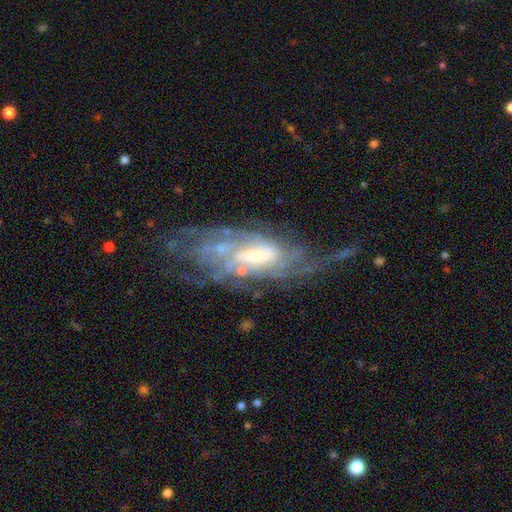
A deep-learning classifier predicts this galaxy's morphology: Smooth or featured? Predicted: featured or disk (p=0.82). Edge-on disk? Predicted: no (p=0.89). Bar? Predicted: weak (p=0.41). Spiral arms? Predicted: yes (p=0.89). Spiral winding? Predicted: tight (p=0.48). Spiral arm count? Predicted: can't tell (p=0.44). Bulge size? Predicted: moderate (p=0.48). Merging? Predicted: none (p=0.51).